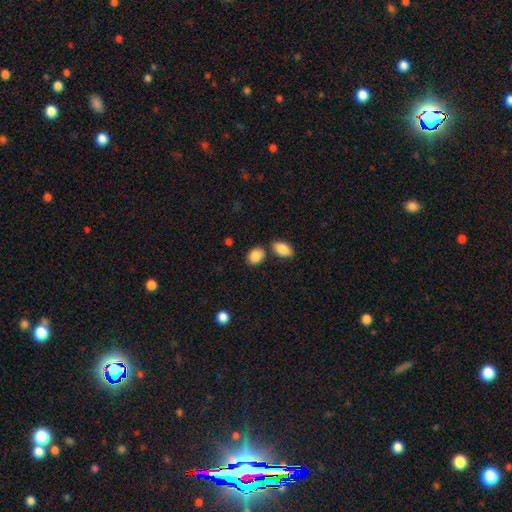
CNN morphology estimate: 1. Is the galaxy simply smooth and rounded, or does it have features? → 87% smooth, 8% star or artifact, 5% featured or disk.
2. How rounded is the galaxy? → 65% in between, 34% round, 1% cigar-shaped.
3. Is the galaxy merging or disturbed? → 70% none, 14% merger, 13% minor disturbance, 3% major disturbance.